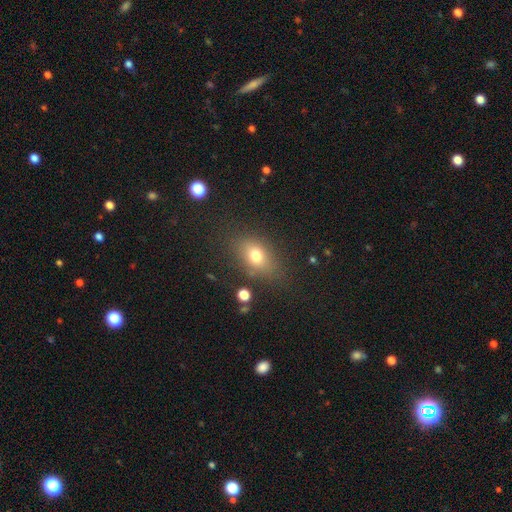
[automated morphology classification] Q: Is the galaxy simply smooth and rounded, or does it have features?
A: smooth — 74%.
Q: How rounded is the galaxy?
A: in between — 75%.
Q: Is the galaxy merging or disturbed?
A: none — 77%.